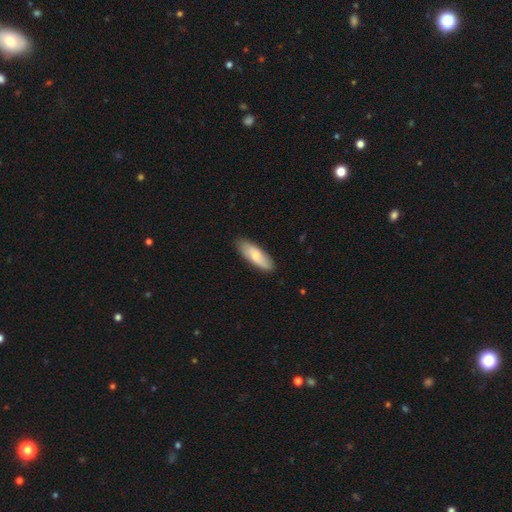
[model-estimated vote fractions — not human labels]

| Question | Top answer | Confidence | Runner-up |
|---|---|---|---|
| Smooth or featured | smooth | 69% | featured or disk (25%) |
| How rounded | in between | 59% | cigar-shaped (39%) |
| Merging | none | 85% | minor disturbance (12%) |